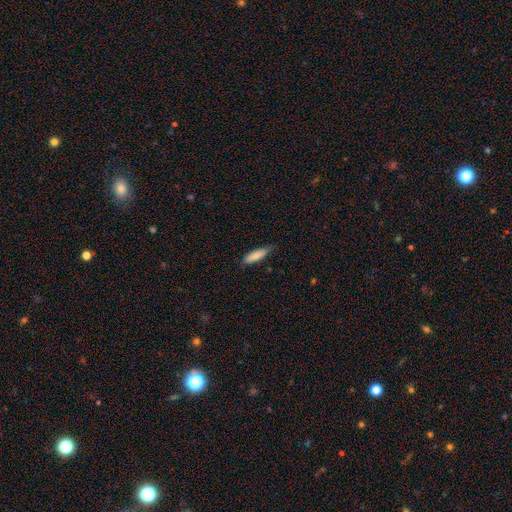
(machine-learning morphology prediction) The model was most divided on "how rounded": cigar-shaped: 59%, in between: 40%, round: 2%. More confident: smooth or featured — smooth (83%); merging — none (77%).